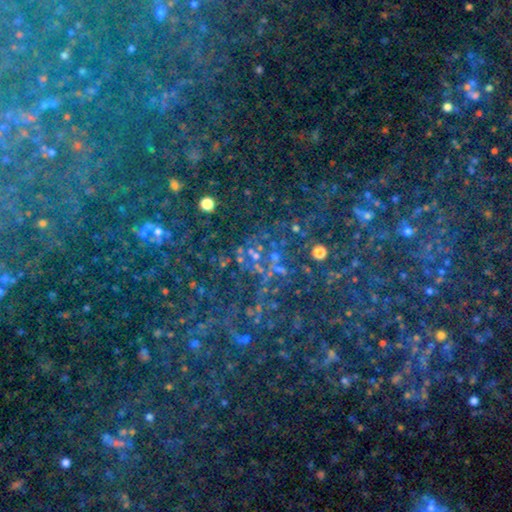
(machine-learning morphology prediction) star or artifact 77%, smooth 15%, featured or disk 8%.